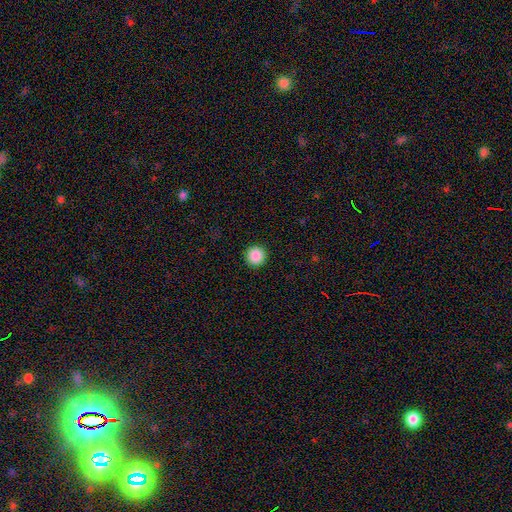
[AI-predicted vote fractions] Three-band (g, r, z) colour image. It shows a smooth galaxy with no disk features (88%) that is round (95%). Merging: none (93%).